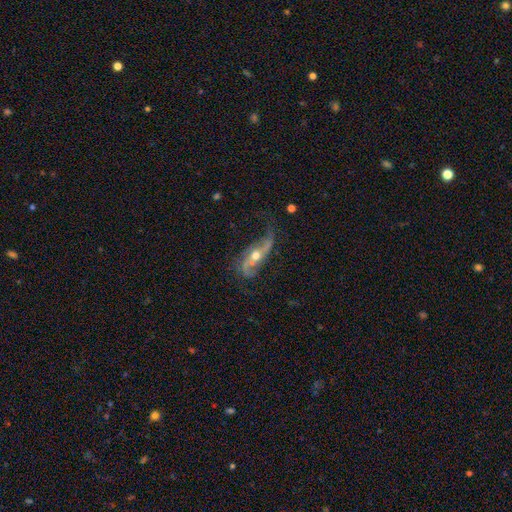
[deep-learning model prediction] This is clearly a featured or disk galaxy (81%). It is clearly not viewed edge-on (88%). Bar: possibly no (58%). Spiral arm pattern: clearly yes (90%). Spiral arm count: clearly 2 (86%). Spiral winding: likely loose (73%). Central bulge: likely moderate (71%). Merging: possibly none (49%).